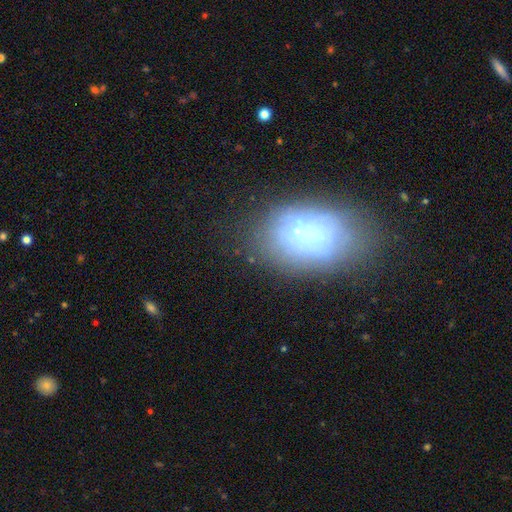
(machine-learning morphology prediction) Smooth or featured? Predicted: smooth (p=0.51). How rounded? Predicted: in between (p=0.86). Merging? Predicted: none (p=0.66).